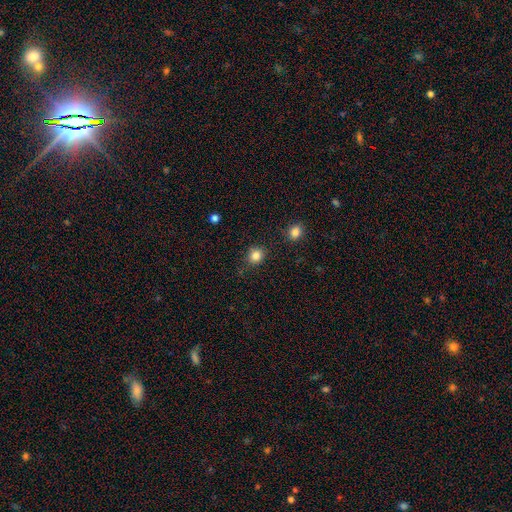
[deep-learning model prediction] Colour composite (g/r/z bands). It shows a smooth galaxy with no disk features (84%) that is round (77%). Merging: none (85%).